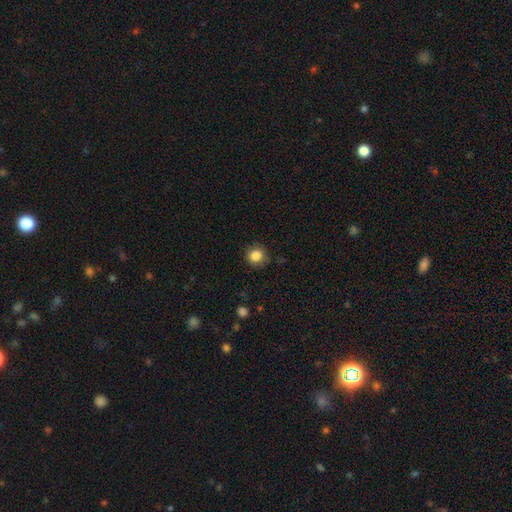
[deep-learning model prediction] Smooth or featured: smooth — 85% (star or artifact — 10%)
How rounded: round — 91% (in between — 8%)
Merging: none — 86% (minor disturbance — 10%)